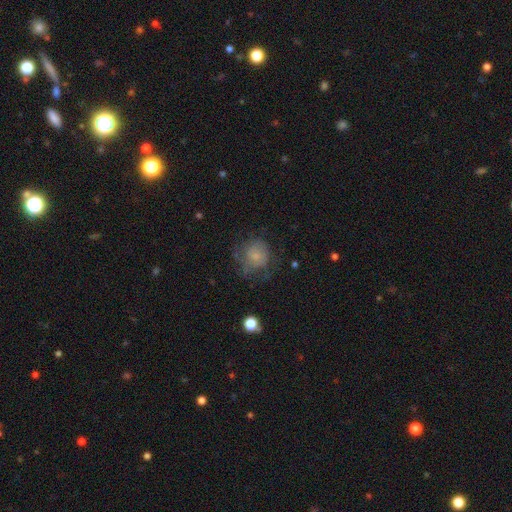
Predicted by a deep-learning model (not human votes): Overall: smooth (63%; featured or disk 26%). How rounded: round (83%). Merging: none (50%; minor disturbance 25%).